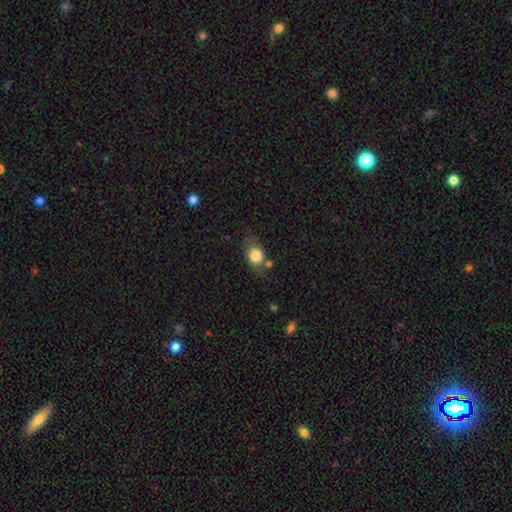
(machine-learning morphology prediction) smooth 77%, featured or disk 15%, star or artifact 8%. Down the decision tree: how rounded — in between (53%); merging — none (60%).